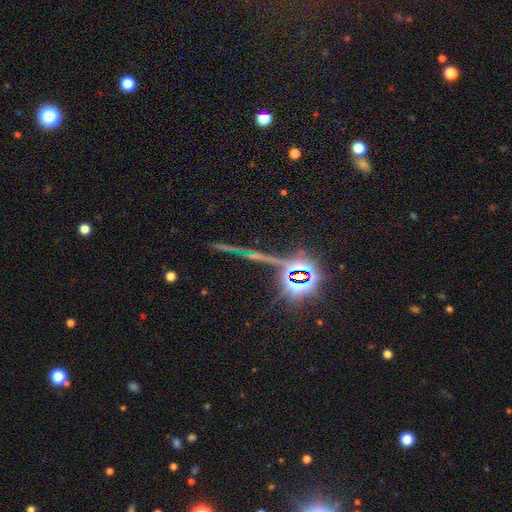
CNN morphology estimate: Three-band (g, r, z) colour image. It shows a star or artifact, not a galaxy (73%).